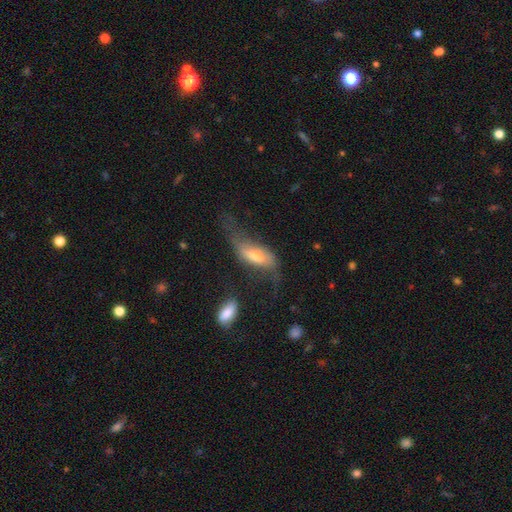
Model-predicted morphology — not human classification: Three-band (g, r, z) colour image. It shows a featured or disk galaxy (54%). Merging: major disturbance (37%).